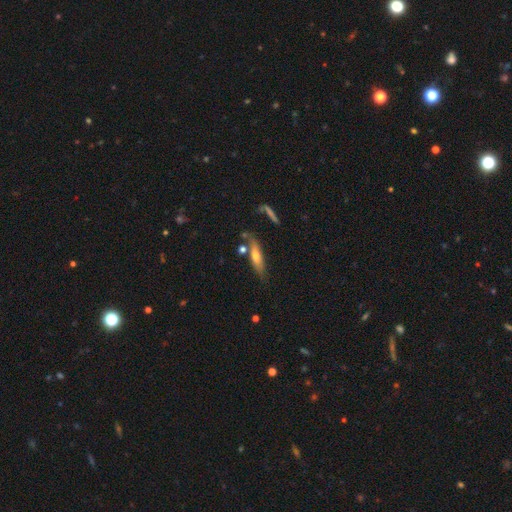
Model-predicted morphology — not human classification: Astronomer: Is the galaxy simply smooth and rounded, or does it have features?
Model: smooth — 54% (runner-up: featured or disk, 39%).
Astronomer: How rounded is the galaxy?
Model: cigar-shaped — 68%.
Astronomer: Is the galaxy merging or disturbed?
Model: none — 63%.